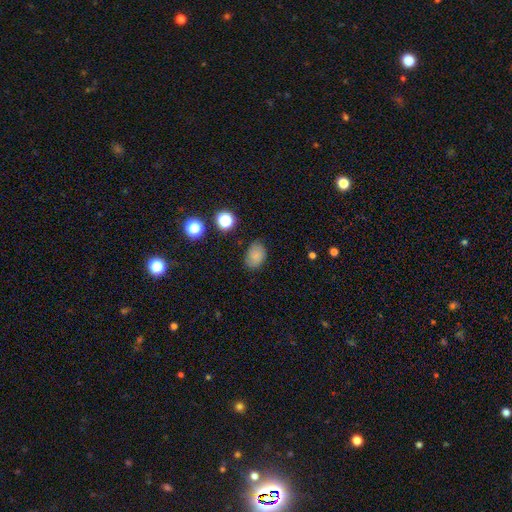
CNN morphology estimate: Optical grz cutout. It shows a smooth galaxy with no disk features (80%) that is in between round and cigar-shaped (79%). Merging: none (79%).